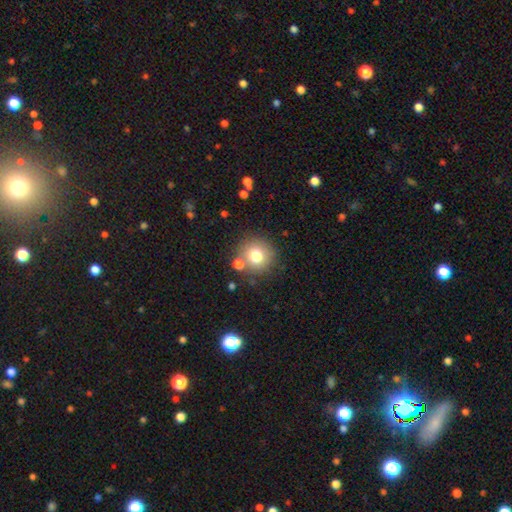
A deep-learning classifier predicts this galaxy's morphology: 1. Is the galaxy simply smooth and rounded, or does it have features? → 75% smooth, 13% star or artifact, 12% featured or disk.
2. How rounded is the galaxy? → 92% round, 7% in between, 1% cigar-shaped.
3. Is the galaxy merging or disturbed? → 79% none, 9% minor disturbance, 8% merger, 4% major disturbance.